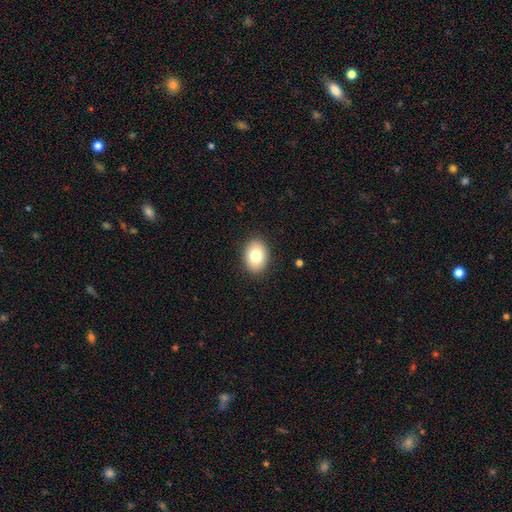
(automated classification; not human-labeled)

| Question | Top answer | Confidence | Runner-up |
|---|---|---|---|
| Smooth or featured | smooth | 80% | featured or disk (11%) |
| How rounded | in between | 72% | round (27%) |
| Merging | none | 89% | minor disturbance (8%) |